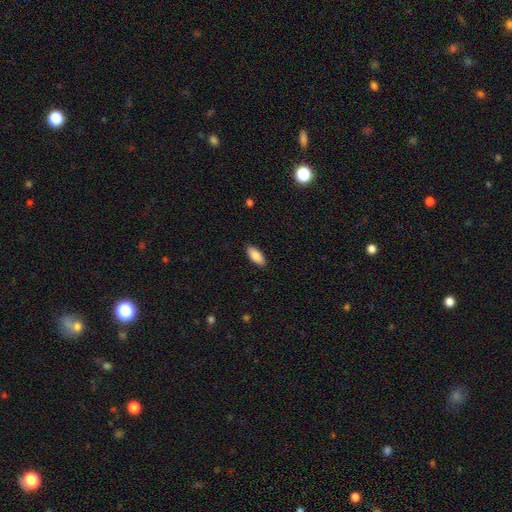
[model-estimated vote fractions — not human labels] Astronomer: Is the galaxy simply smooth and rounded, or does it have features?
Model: smooth — 87%.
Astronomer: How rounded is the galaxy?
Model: in between — 87%.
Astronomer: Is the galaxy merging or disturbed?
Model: none — 89%.